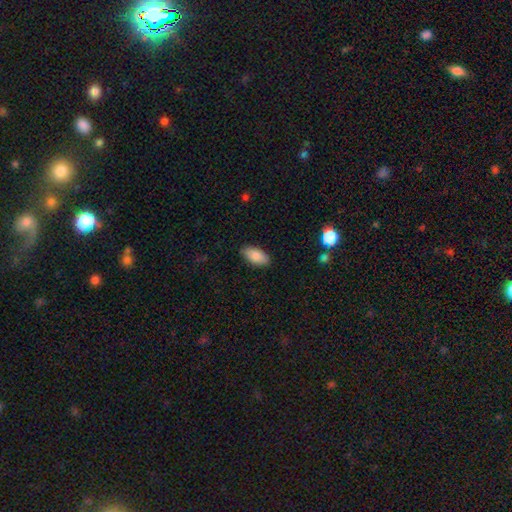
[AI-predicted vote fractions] This appears to be a smooth galaxy with no disk features (85%) that is in between round and cigar-shaped (93%). Merging: none (87%).